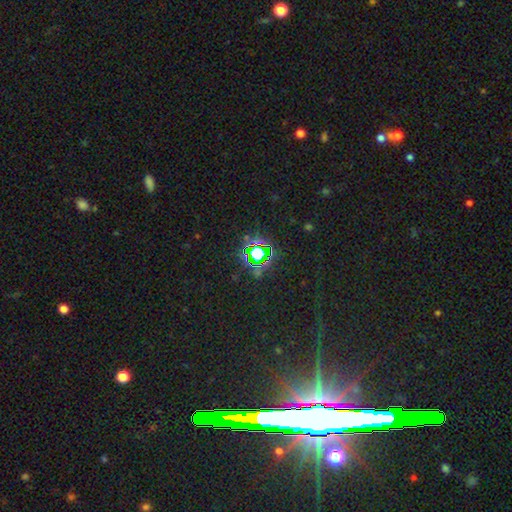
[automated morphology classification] This is likely a star or artifact rather than a galaxy (74%).